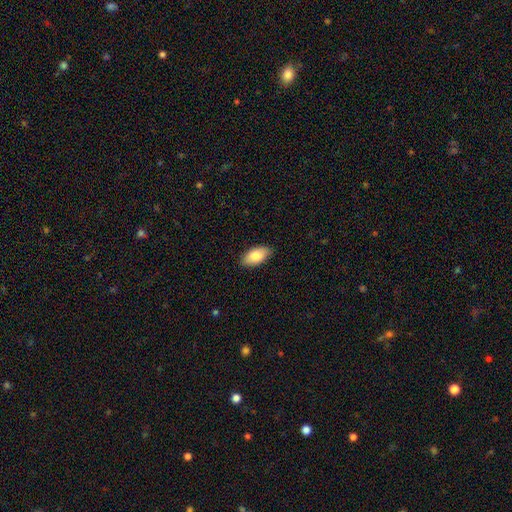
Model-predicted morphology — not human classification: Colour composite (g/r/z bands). It shows a smooth galaxy with no disk features (83%) that is in between round and cigar-shaped (94%). Merging: none (88%).